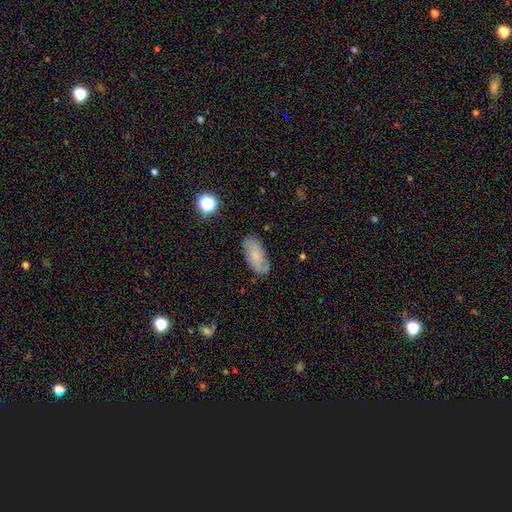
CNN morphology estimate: smooth-or-featured: smooth: 51% | featured or disk: 40% | star or artifact: 9%
  how-rounded: in between: 89% | cigar-shaped: 8% | round: 3%
  merging: none: 77% | minor disturbance: 17% | major disturbance: 4% | merger: 2%